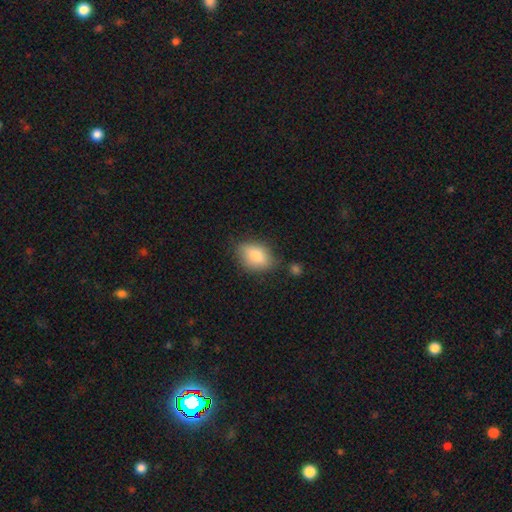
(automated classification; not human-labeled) Overall: smooth (77%). How rounded: in between (81%). Merging: none (74%).